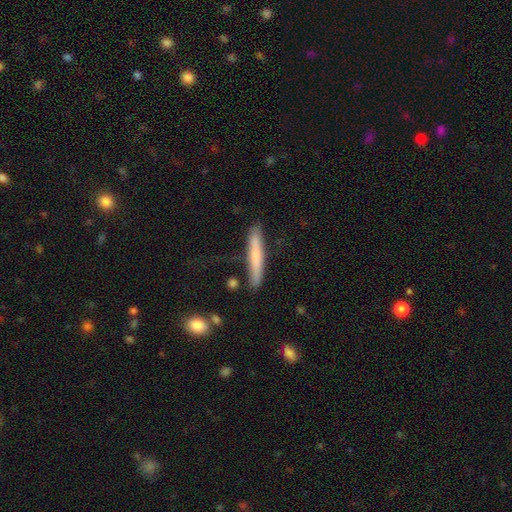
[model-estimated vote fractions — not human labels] A smooth galaxy with no disk features (66%) that is cigar-shaped (95%).

Vote fractions:
- Smooth or featured? smooth: 66% / featured or disk: 28% / star or artifact: 6%
- How rounded? cigar-shaped: 95% / in between: 4% / round: 1%
- Merging? none: 82% / minor disturbance: 13% / major disturbance: 3% / merger: 2%